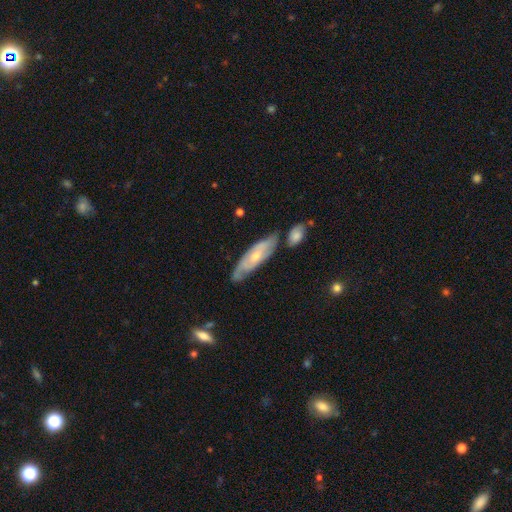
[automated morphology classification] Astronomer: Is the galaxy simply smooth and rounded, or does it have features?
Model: featured or disk — 61%.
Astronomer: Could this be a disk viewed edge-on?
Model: no — 73%.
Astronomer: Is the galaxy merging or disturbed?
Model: none — 63%.